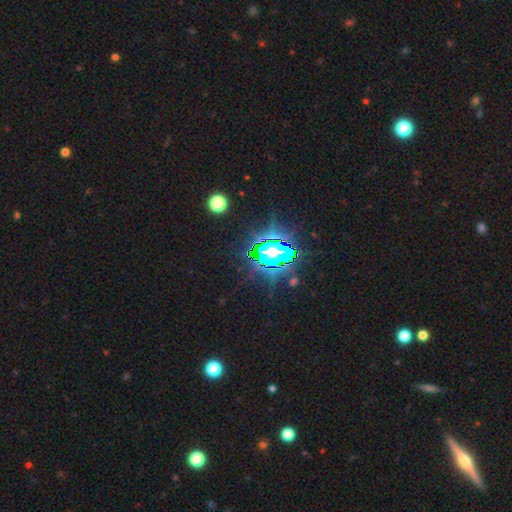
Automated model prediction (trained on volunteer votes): This is clearly a star or artifact rather than a galaxy (84%).